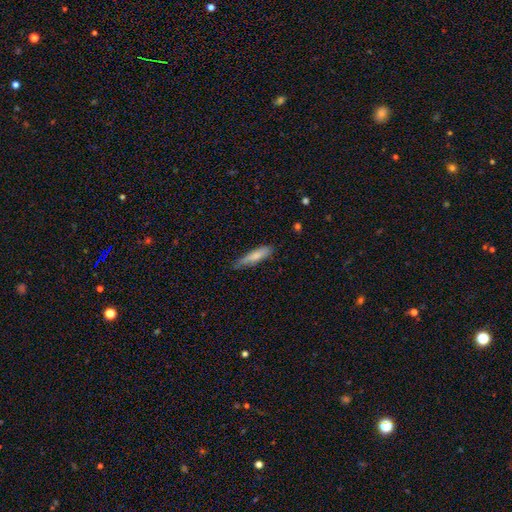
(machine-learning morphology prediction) Smooth or featured? smooth (76%)
How rounded? cigar-shaped (75%)
Merging? none (62%)